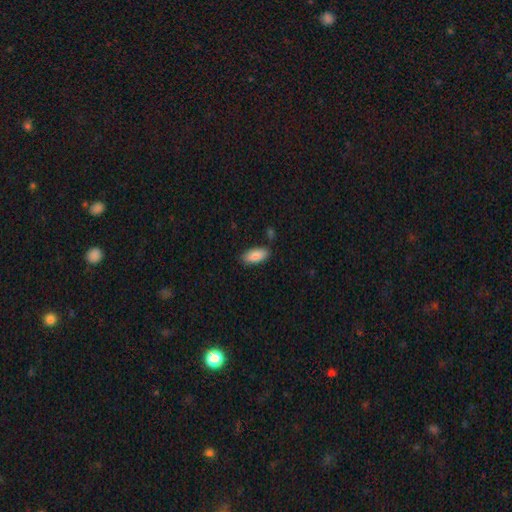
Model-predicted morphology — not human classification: smooth-or-featured: smooth: 87% | featured or disk: 7% | star or artifact: 6%
  how-rounded: in between: 88% | cigar-shaped: 10% | round: 2%
  merging: none: 81% | minor disturbance: 13% | merger: 4% | major disturbance: 3%